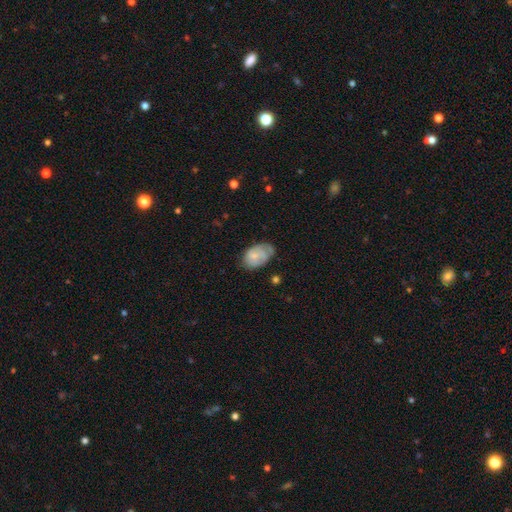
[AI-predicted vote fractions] smooth-or-featured: smooth: 61% | featured or disk: 31% | star or artifact: 8%
  how-rounded: in between: 89% | round: 10% | cigar-shaped: 1%
  merging: none: 49% | minor disturbance: 35% | major disturbance: 13% | merger: 3%